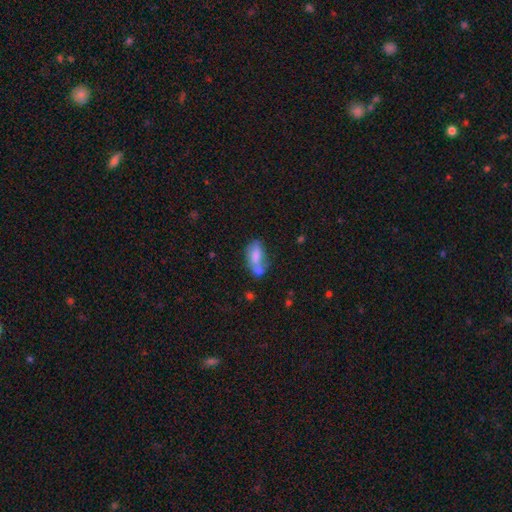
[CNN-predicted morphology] Q: Smooth or featured?
A: smooth (72%); runner-up: featured or disk (20%)
Q: How rounded?
A: in between (87%); runner-up: cigar-shaped (8%)
Q: Merging?
A: merger (44%); runner-up: none (31%)